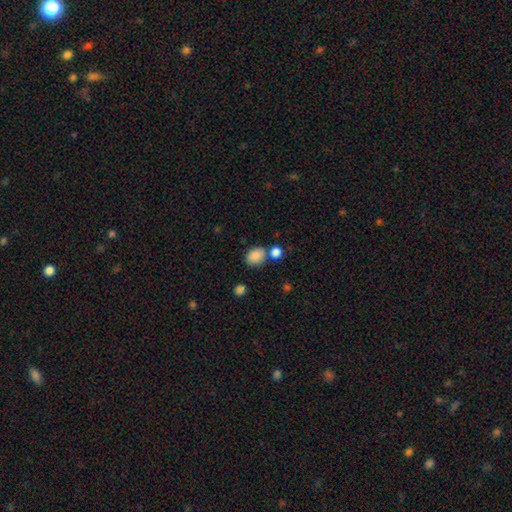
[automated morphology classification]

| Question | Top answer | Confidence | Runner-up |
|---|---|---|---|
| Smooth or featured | smooth | 86% | star or artifact (9%) |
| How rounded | in between | 56% | round (43%) |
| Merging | none | 64% | merger (19%) |